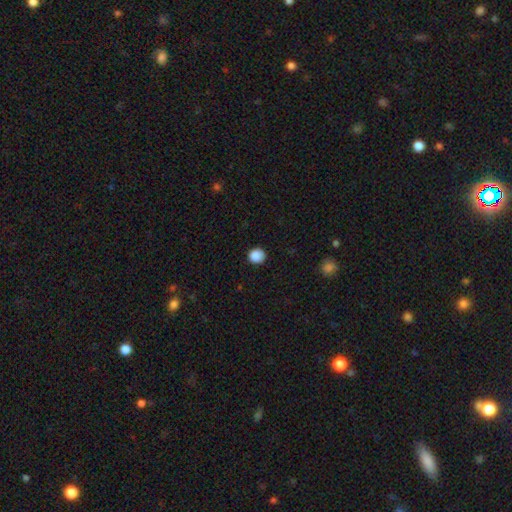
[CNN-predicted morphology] Q: Smooth or featured?
A: smooth (88%); runner-up: star or artifact (9%)
Q: How rounded?
A: round (89%); runner-up: in between (10%)
Q: Merging?
A: none (88%); runner-up: minor disturbance (9%)